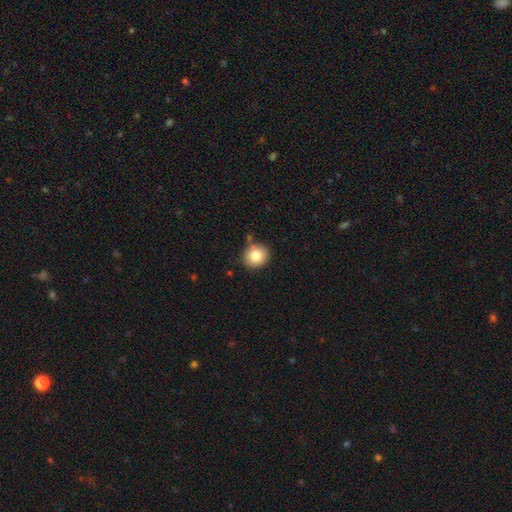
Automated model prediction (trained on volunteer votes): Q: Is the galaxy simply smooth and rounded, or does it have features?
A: smooth — 81%.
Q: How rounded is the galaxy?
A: round — 81%.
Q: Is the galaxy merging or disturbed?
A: none — 80%.